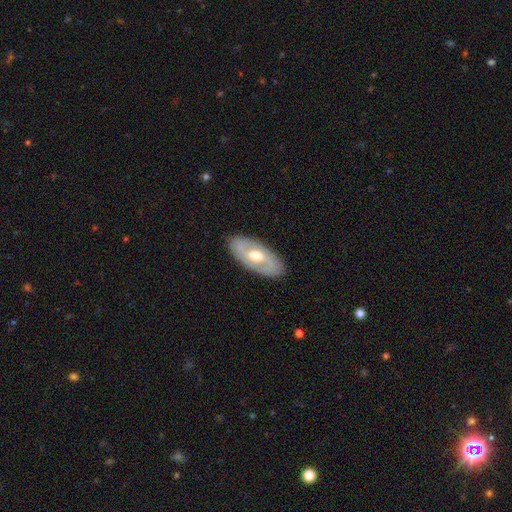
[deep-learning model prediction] A featured or disk galaxy (59%).

Vote fractions:
- Smooth or featured? featured or disk: 59% / smooth: 36% / star or artifact: 6%
- Edge-on disk? no: 85% / yes: 15%
- Merging? none: 87% / minor disturbance: 10% / major disturbance: 3% / merger: 1%